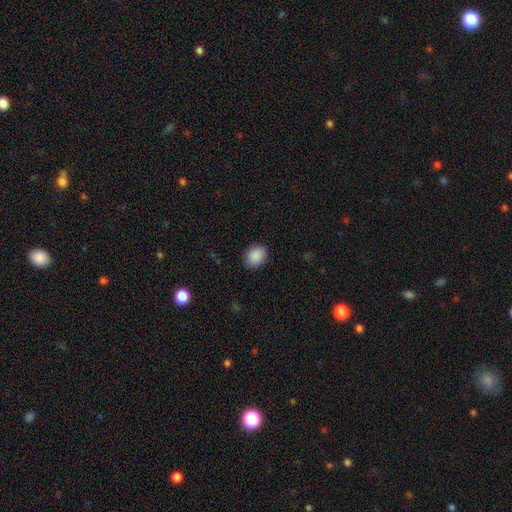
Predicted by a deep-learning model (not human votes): This appears to be a smooth galaxy with no disk features (89%) that is in between round and cigar-shaped (53%). Merging: none (88%).